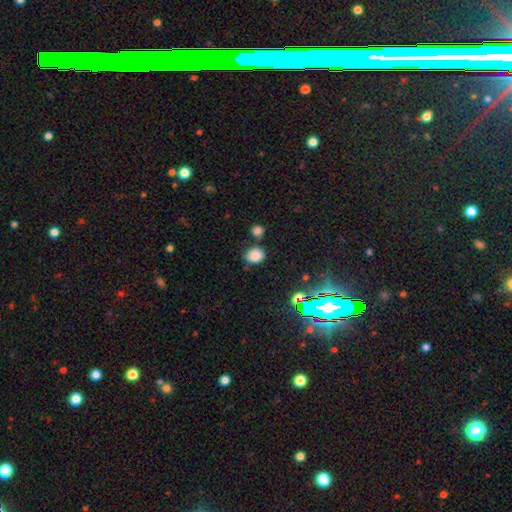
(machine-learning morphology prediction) smooth 81%, star or artifact 14%, featured or disk 5%. Down the decision tree: how rounded — round (52%); merging — none (72%).